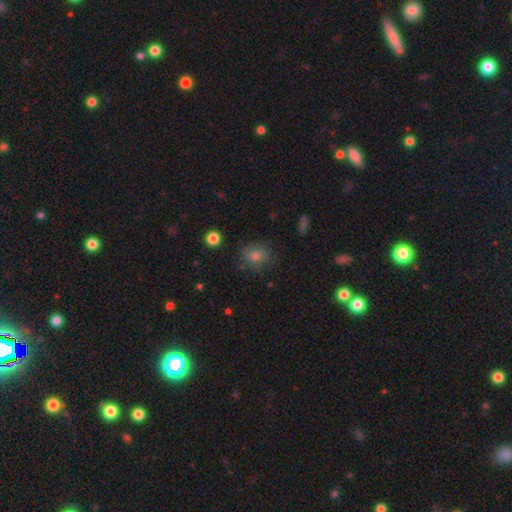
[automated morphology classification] Smooth or featured? smooth (71%)
How rounded? round (61%)
Merging? none (76%)